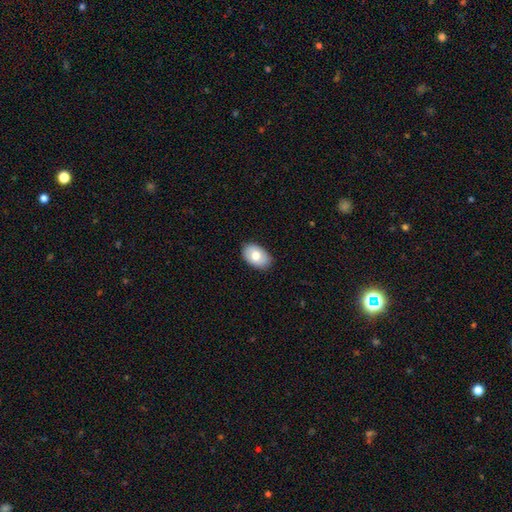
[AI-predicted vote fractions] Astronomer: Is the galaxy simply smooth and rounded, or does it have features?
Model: smooth — 71%.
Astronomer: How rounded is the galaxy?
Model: in between — 87%.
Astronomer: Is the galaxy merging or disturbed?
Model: none — 87%.